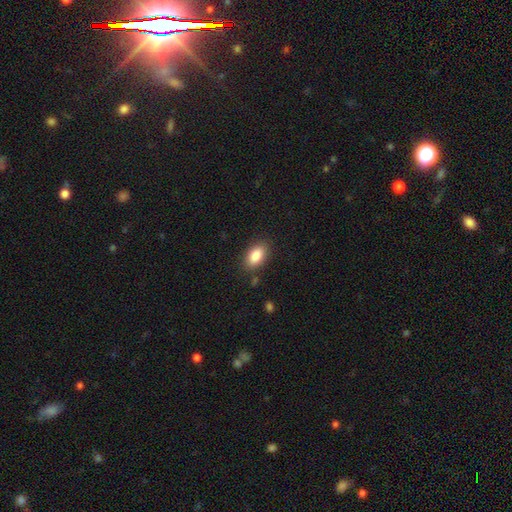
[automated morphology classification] smooth_or_featured: smooth (p=0.86) [alt: star or artifact p=0.07]
how_rounded: in between (p=0.91) [alt: round p=0.06]
merging: none (p=0.85) [alt: minor disturbance p=0.10]